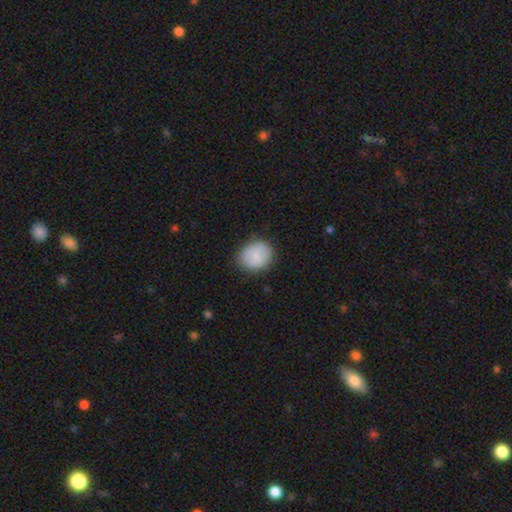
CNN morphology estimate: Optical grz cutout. It shows a smooth galaxy with no disk features (77%) that is round (66%). Merging: none (80%).